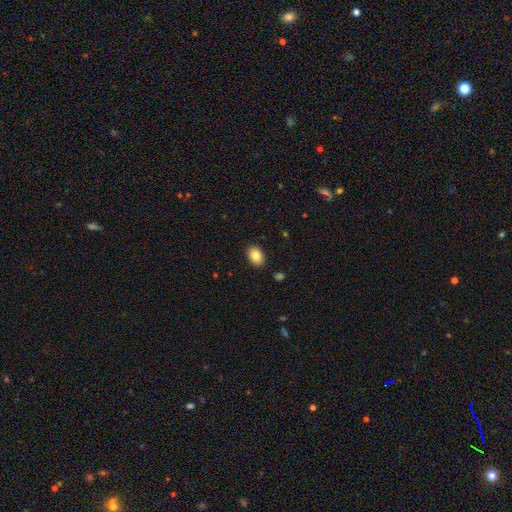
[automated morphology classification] Overall: smooth (84%). How rounded: in between (77%). Merging: none (88%).